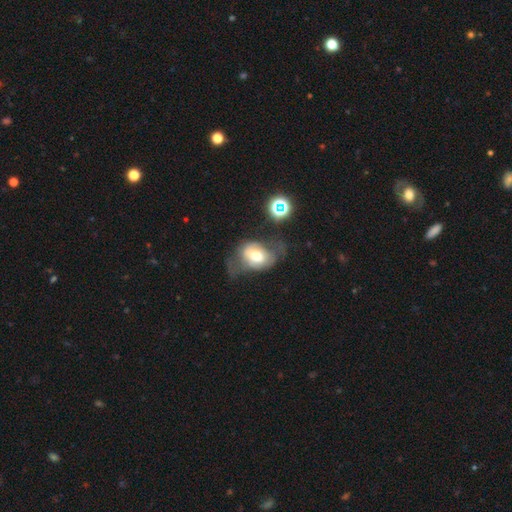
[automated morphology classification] This is possibly a smooth galaxy (52%). How rounded: likely in between (73%). Merging: marginally major disturbance (35%).